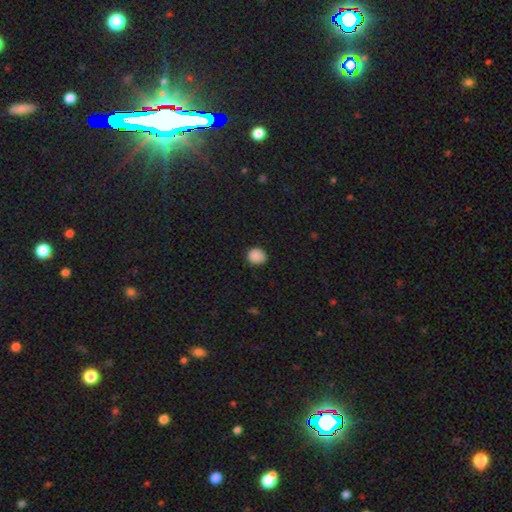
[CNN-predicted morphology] Smooth or featured: smooth — 87% (star or artifact — 9%)
How rounded: round — 79% (in between — 20%)
Merging: none — 81% (minor disturbance — 15%)